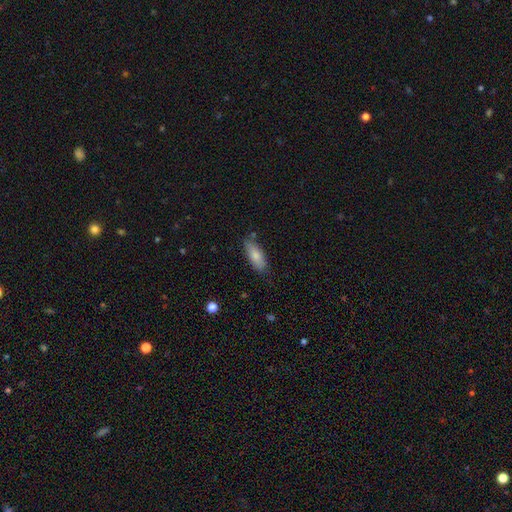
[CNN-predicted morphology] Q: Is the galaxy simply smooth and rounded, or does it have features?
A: smooth — 80%.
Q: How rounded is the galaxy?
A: in between — 78%.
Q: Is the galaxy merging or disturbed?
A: none — 77%.